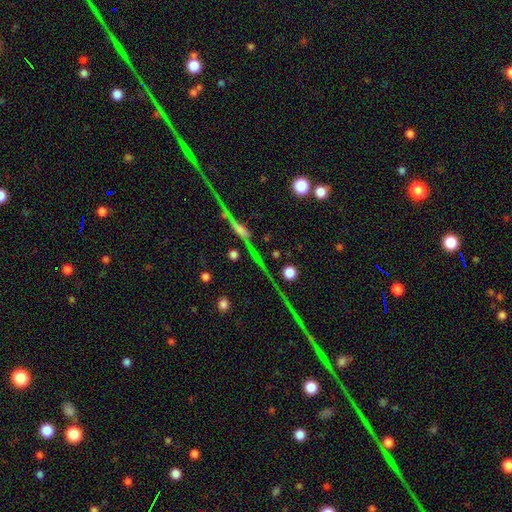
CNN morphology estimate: Smooth or featured? featured or disk (46%)
Merging? none (80%)